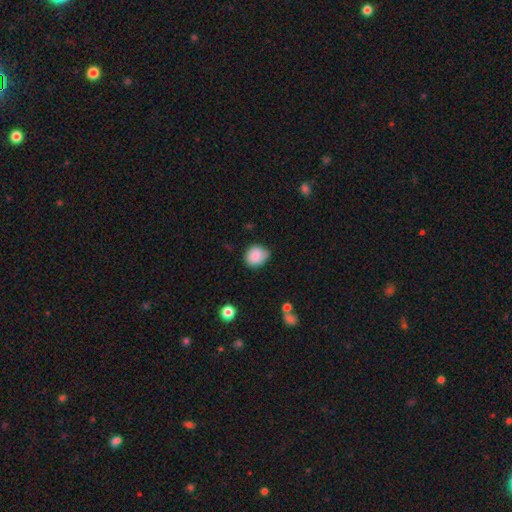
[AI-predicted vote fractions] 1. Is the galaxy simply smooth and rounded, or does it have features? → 86% smooth, 8% star or artifact, 6% featured or disk.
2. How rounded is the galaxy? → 69% round, 30% in between, 1% cigar-shaped.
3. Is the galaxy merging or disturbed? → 61% none, 31% minor disturbance, 5% major disturbance, 3% merger.